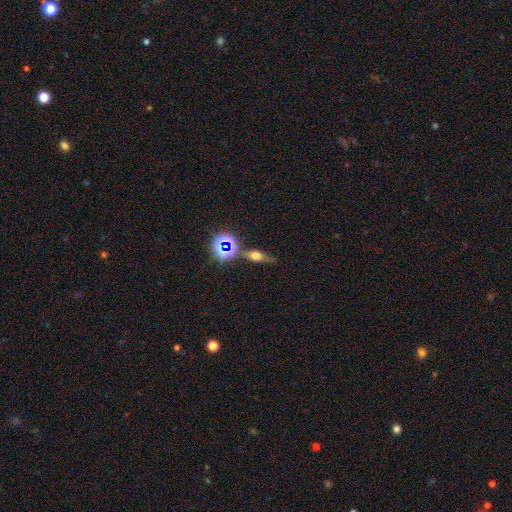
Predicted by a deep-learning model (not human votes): Overall: smooth (42%; featured or disk 36%). Merging: none (70%).